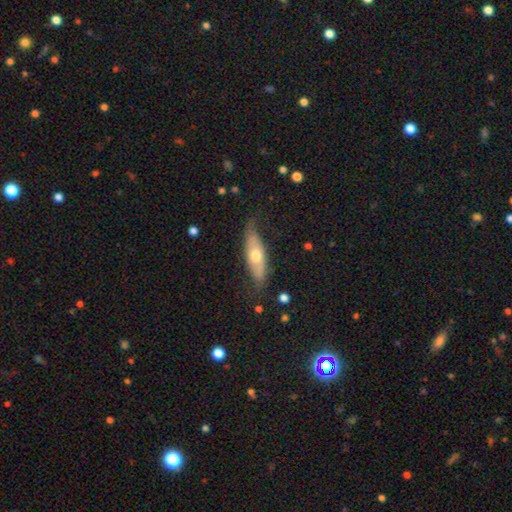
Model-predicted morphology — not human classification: This is possibly a featured or disk galaxy (52%). It is possibly viewed edge-on (50%, tied with no). Merging: likely none (69%).